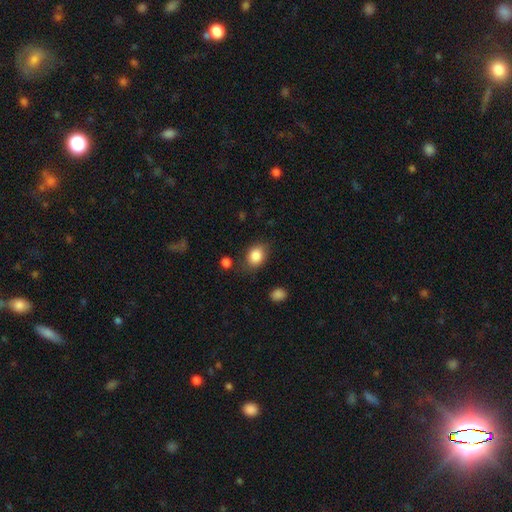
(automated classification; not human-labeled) smooth 86%, star or artifact 8%, featured or disk 6%. Down the decision tree: how rounded — in between (65%); merging — none (75%).